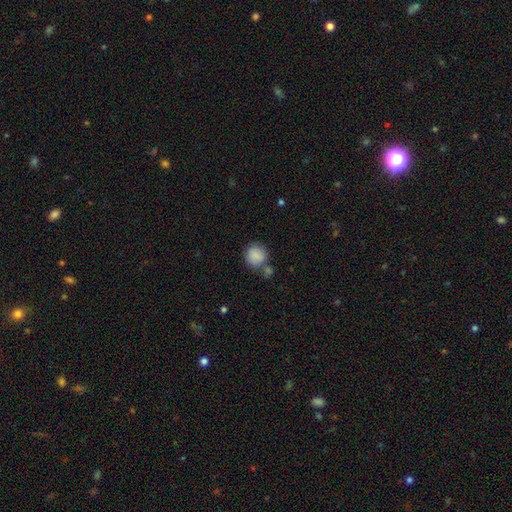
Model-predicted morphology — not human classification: smooth-or-featured: smooth: 88% | star or artifact: 8% | featured or disk: 5%
  how-rounded: round: 86% | in between: 13% | cigar-shaped: 1%
  merging: none: 63% | merger: 17% | minor disturbance: 15% | major disturbance: 5%